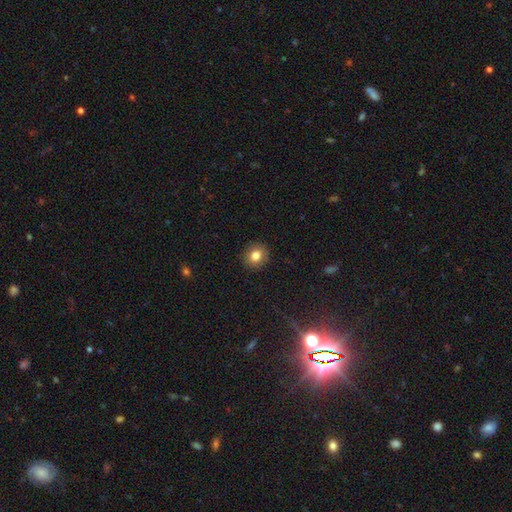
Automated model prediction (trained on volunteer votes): Overall: smooth (82%). How rounded: round (76%). Merging: none (90%).